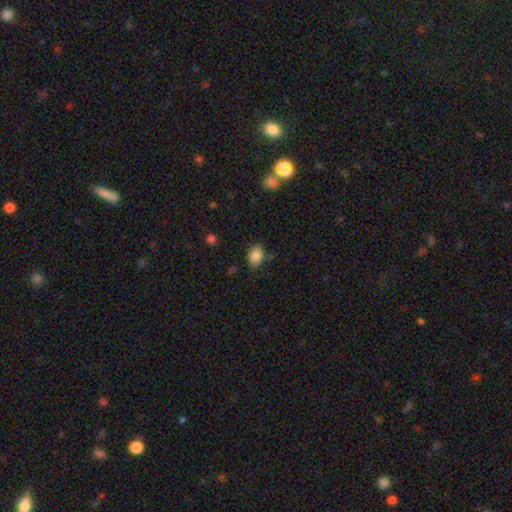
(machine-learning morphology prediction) Smooth or featured? Predicted: smooth (p=0.86). How rounded? Predicted: in between (p=0.71). Merging? Predicted: none (p=0.77).